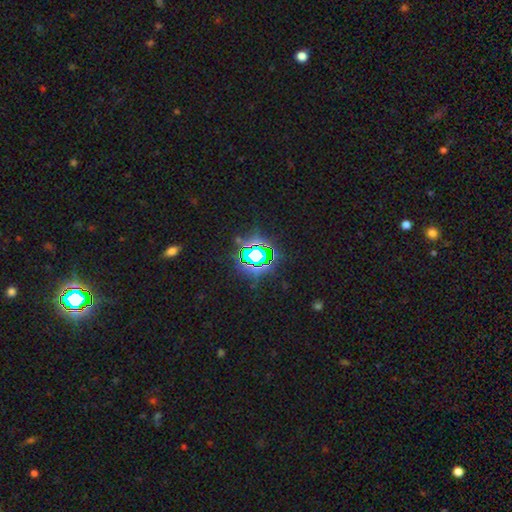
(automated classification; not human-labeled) star or artifact 77%, smooth 13%, featured or disk 10%.